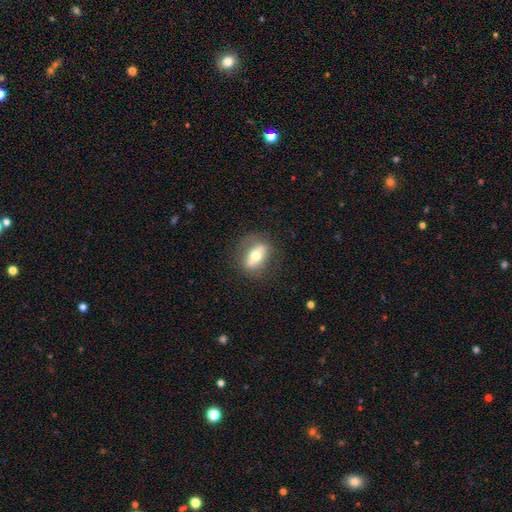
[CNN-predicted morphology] Q: Smooth or featured?
A: smooth (49%); runner-up: featured or disk (44%)
Q: Merging?
A: none (77%); runner-up: minor disturbance (15%)